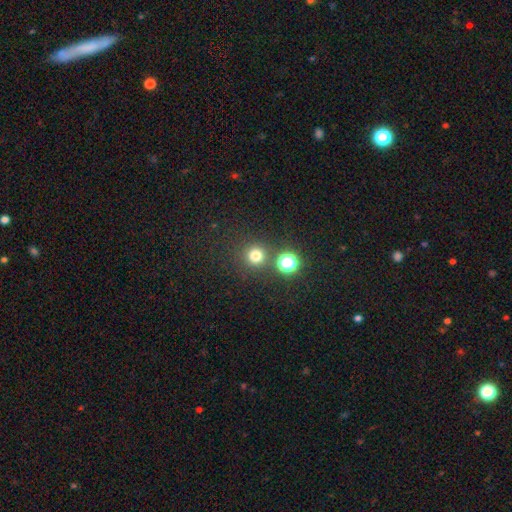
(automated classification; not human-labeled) smooth-or-featured: smooth: 74% | star or artifact: 20% | featured or disk: 6%
  how-rounded: round: 94% | in between: 5% | cigar-shaped: 1%
  merging: none: 81% | merger: 8% | minor disturbance: 7% | major disturbance: 3%